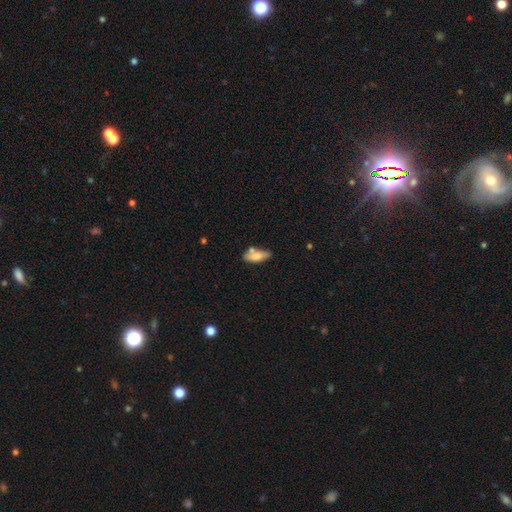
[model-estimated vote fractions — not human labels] Smooth or featured? smooth (74%)
How rounded? in between (66%)
Merging? none (57%)